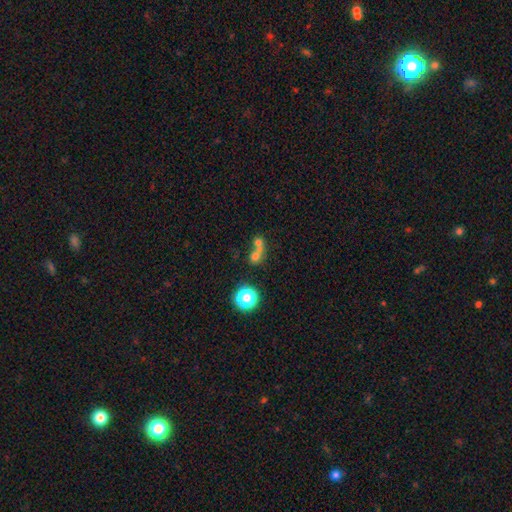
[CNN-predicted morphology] Overall: smooth (66%). How rounded: round (76%). Merging: merger (61%; none 29%).